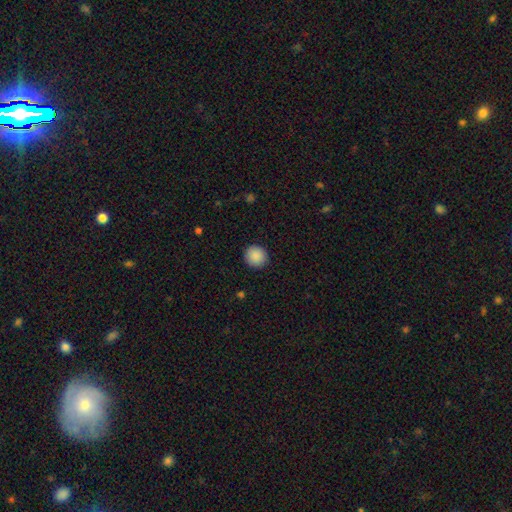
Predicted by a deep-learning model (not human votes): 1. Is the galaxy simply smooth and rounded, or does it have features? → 90% smooth, 8% star or artifact, 3% featured or disk.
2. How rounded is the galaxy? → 94% round, 5% in between, 1% cigar-shaped.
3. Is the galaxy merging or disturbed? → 92% none, 6% minor disturbance, 2% major disturbance, 1% merger.